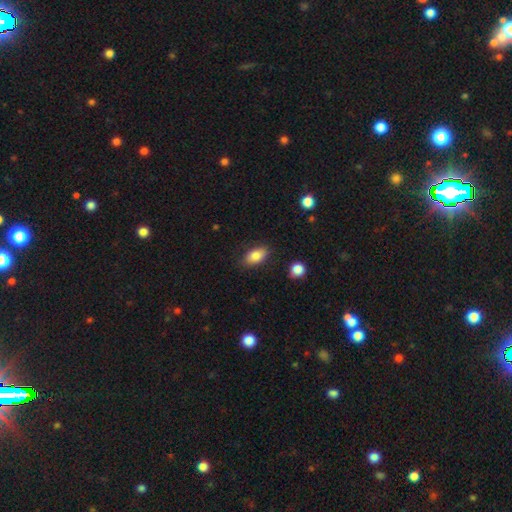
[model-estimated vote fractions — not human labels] This is clearly a smooth galaxy (83%). How rounded: clearly in between (90%). Merging: clearly none (83%).